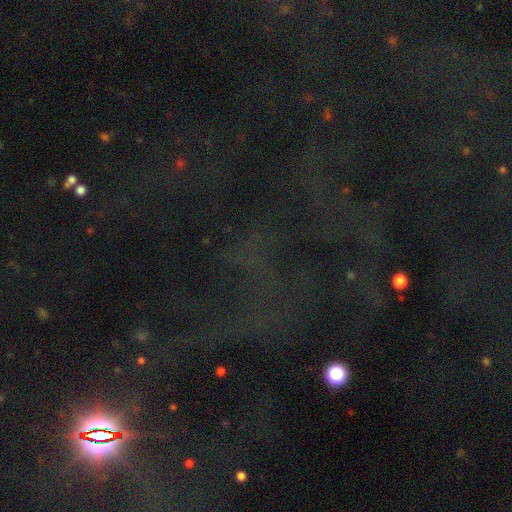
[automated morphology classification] This appears to be a star or artifact, not a galaxy (76%).